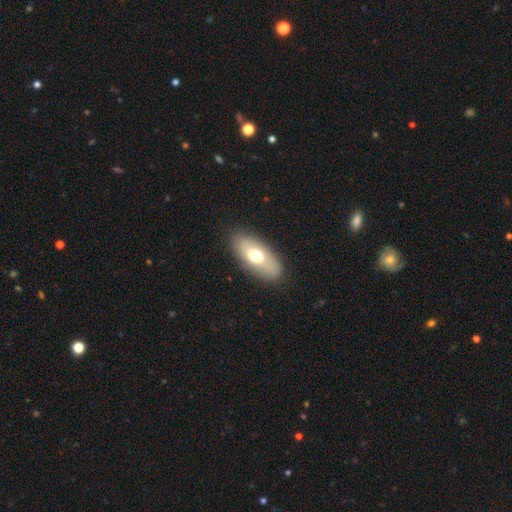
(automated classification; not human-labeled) Smooth or featured?
  - smooth: 64% *
  - featured or disk: 29%
  - star or artifact: 7%
How rounded?
  - in between: 87% *
  - cigar-shaped: 10%
  - round: 4%
Merging?
  - none: 84% *
  - minor disturbance: 11%
  - major disturbance: 3%
  - merger: 1%